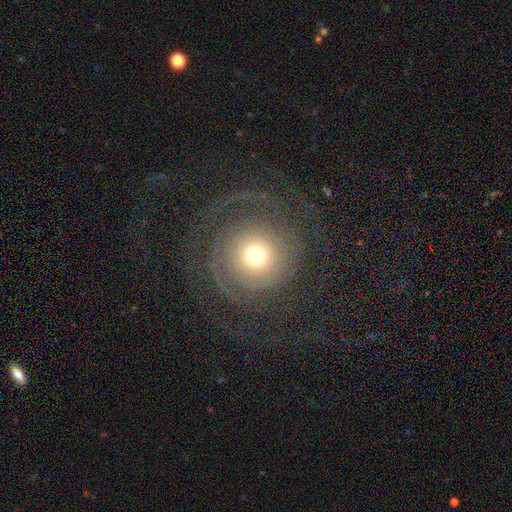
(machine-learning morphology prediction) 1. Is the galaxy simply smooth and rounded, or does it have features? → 58% featured or disk, 31% smooth, 11% star or artifact.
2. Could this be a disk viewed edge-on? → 97% no, 3% yes.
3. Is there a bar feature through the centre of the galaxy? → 86% no, 11% weak, 3% strong.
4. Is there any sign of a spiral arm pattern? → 76% yes, 24% no.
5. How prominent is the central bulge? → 51% moderate, 32% small, 11% large, 4% dominant, 1% none.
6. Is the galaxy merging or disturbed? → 62% none, 25% major disturbance, 11% minor disturbance, 2% merger.